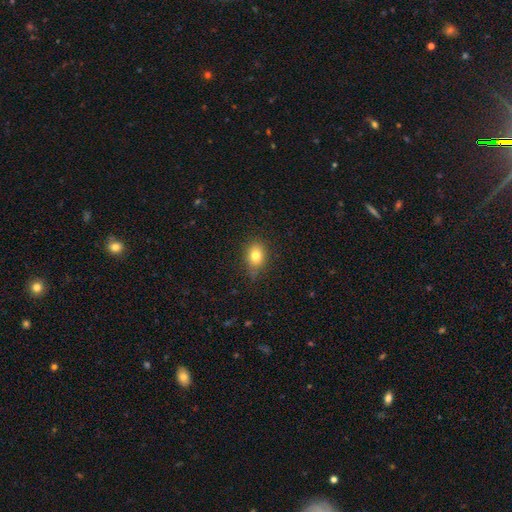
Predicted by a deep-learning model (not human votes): A smooth galaxy with no disk features (80%) that is in between round and cigar-shaped (64%).

Vote fractions:
- Smooth or featured? smooth: 80% / star or artifact: 11% / featured or disk: 9%
- How rounded? in between: 64% / round: 35% / cigar-shaped: 1%
- Merging? none: 79% / minor disturbance: 16% / major disturbance: 3% / merger: 1%